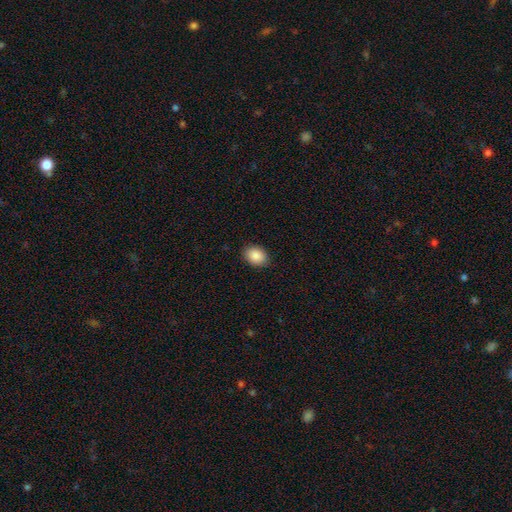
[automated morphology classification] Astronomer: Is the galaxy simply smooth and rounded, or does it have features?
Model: smooth — 89%.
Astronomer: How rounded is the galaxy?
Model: in between — 65%.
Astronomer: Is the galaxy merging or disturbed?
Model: none — 89%.